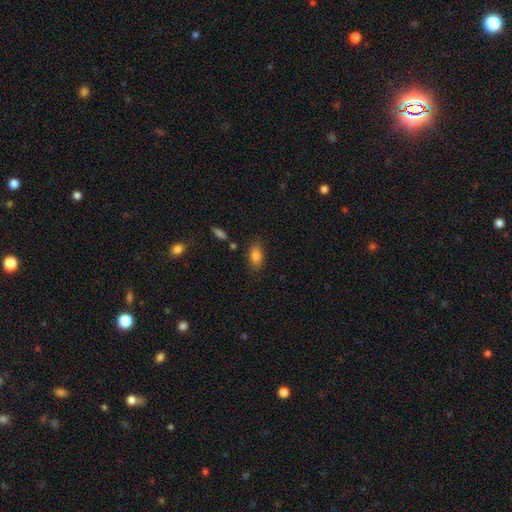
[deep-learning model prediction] This appears to be a smooth galaxy with no disk features (84%) that is in between round and cigar-shaped (88%). Merging: none (81%).